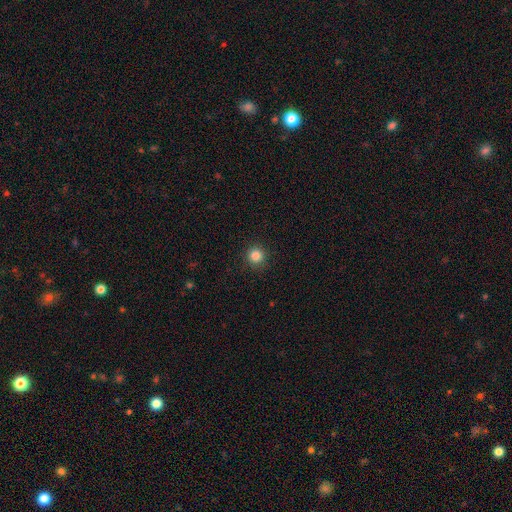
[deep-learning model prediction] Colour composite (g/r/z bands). It shows a smooth galaxy with no disk features (84%) that is round (95%). Merging: none (91%).